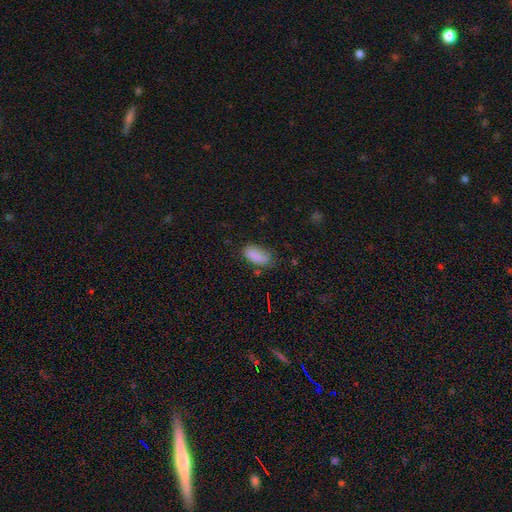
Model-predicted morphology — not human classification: Smooth or featured?
  - smooth: 86% *
  - star or artifact: 8%
  - featured or disk: 6%
How rounded?
  - in between: 89% *
  - cigar-shaped: 8%
  - round: 3%
Merging?
  - none: 65% *
  - minor disturbance: 25%
  - major disturbance: 7%
  - merger: 3%